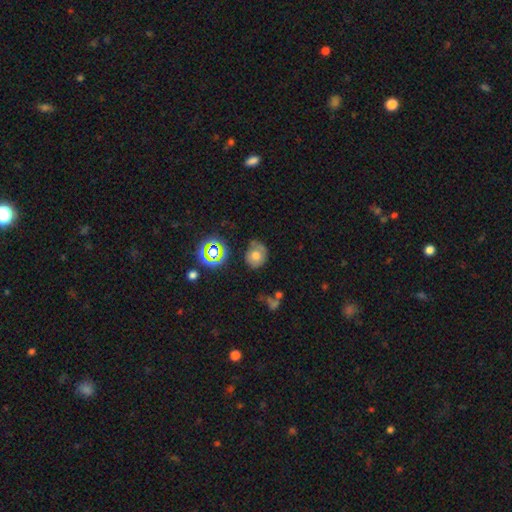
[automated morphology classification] smooth-or-featured: smooth: 62% | featured or disk: 22% | star or artifact: 16%
  how-rounded: round: 67% | in between: 32% | cigar-shaped: 1%
  merging: none: 58% | minor disturbance: 26% | major disturbance: 10% | merger: 5%